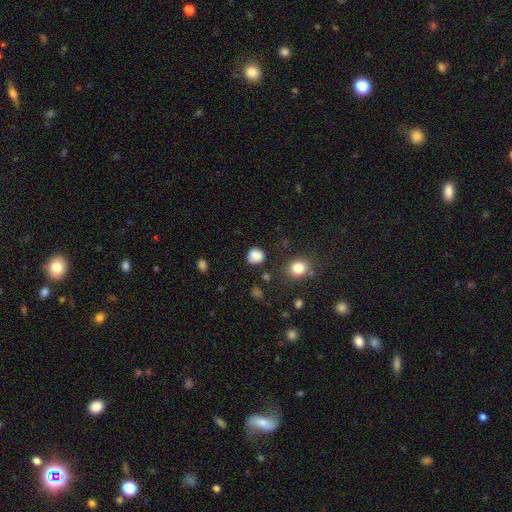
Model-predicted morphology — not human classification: A smooth galaxy with no disk features (84%) that is round (80%). Merging: none (76%).